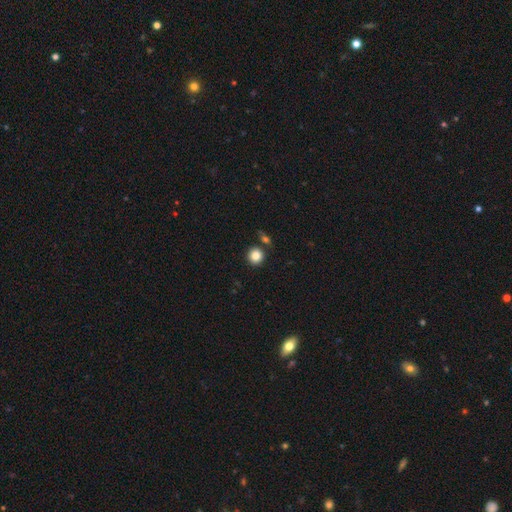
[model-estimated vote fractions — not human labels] A smooth galaxy with no disk features (84%) that is round (91%). Merging: none (81%).